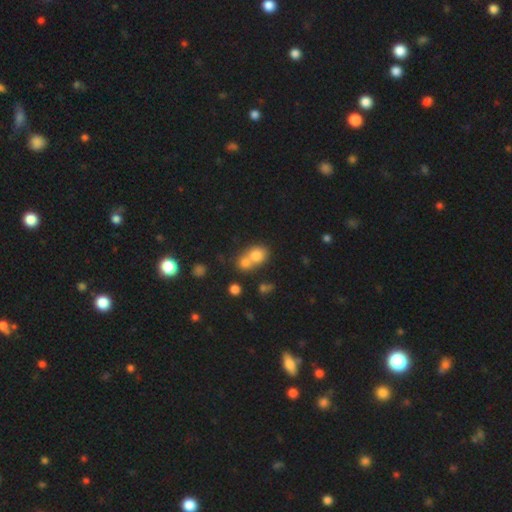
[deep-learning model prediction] Overall: smooth (77%). How rounded: round (64%; in between 34%). Merging: merger (60%; none 31%).